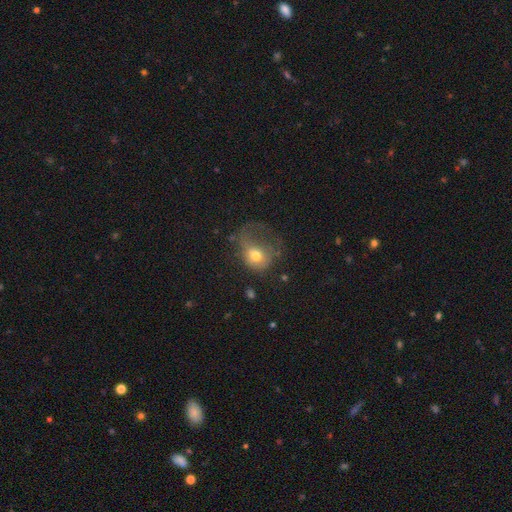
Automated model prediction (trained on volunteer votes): A smooth galaxy with no disk features (64%) that is round (53%).

Vote fractions:
- Smooth or featured? smooth: 64% / featured or disk: 26% / star or artifact: 10%
- How rounded? round: 53% / in between: 46% / cigar-shaped: 1%
- Merging? major disturbance: 59% / minor disturbance: 20% / none: 18% / merger: 3%